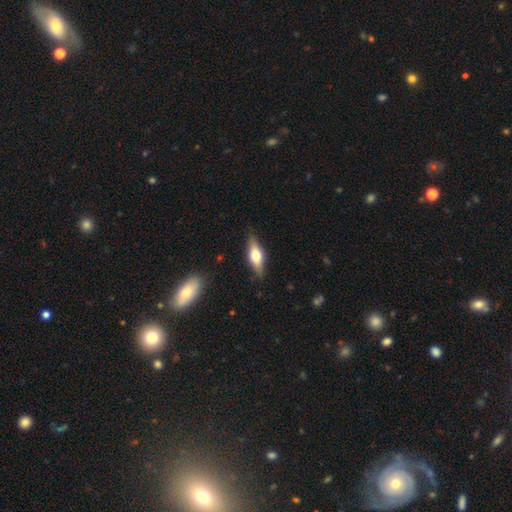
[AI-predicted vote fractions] Q: Smooth or featured?
A: smooth (48%); runner-up: featured or disk (45%)
Q: Merging?
A: none (85%); runner-up: minor disturbance (11%)